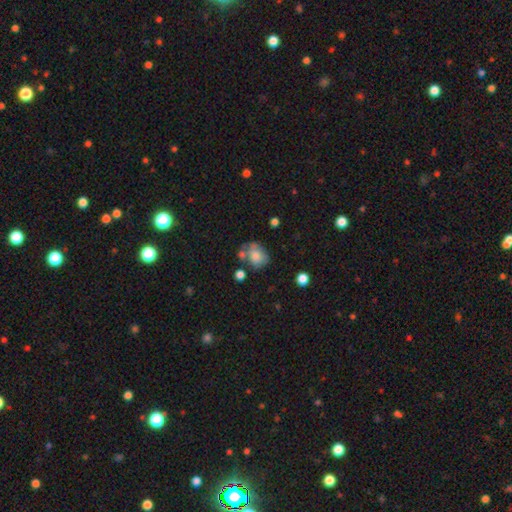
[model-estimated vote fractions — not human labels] smooth 70%, featured or disk 21%, star or artifact 9%. Down the decision tree: how rounded — in between (52%); merging — none (40%).